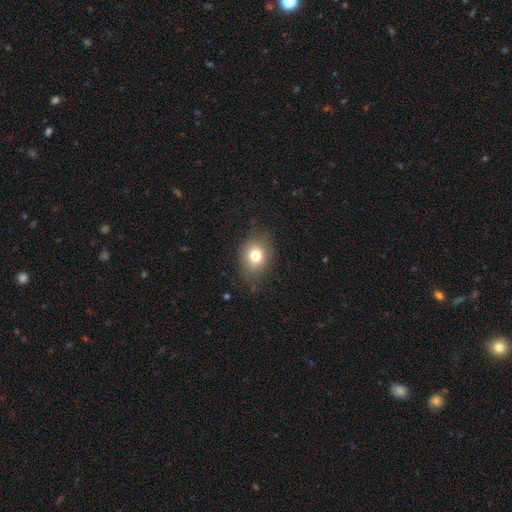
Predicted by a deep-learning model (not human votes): A smooth galaxy with no disk features (78%) that is in between round and cigar-shaped (51%).

Vote fractions:
- Smooth or featured? smooth: 78% / star or artifact: 11% / featured or disk: 11%
- How rounded? in between: 51% / round: 48% / cigar-shaped: 1%
- Merging? none: 83% / minor disturbance: 13% / major disturbance: 4% / merger: 1%